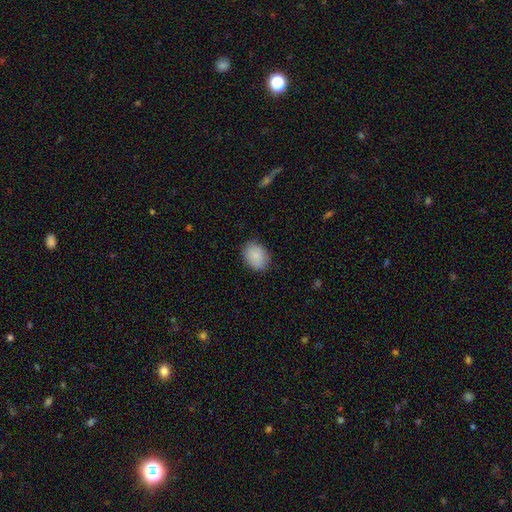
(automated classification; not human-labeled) smooth_or_featured: smooth (p=0.89) [alt: star or artifact p=0.07]
how_rounded: in between (p=0.65) [alt: round p=0.35]
merging: none (p=0.85) [alt: minor disturbance p=0.12]